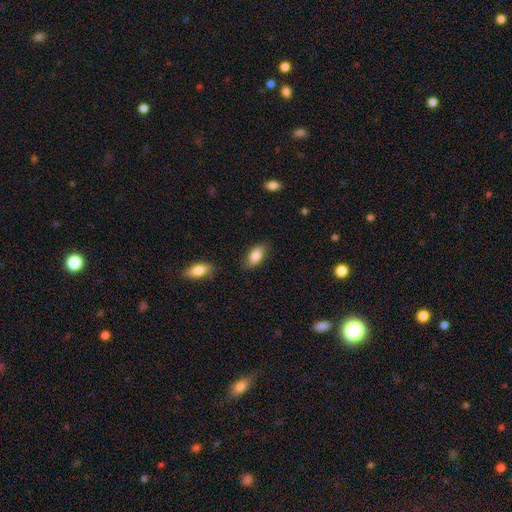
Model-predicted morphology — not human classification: This is clearly a smooth galaxy (82%). How rounded: clearly in between (89%). Merging: clearly none (81%).